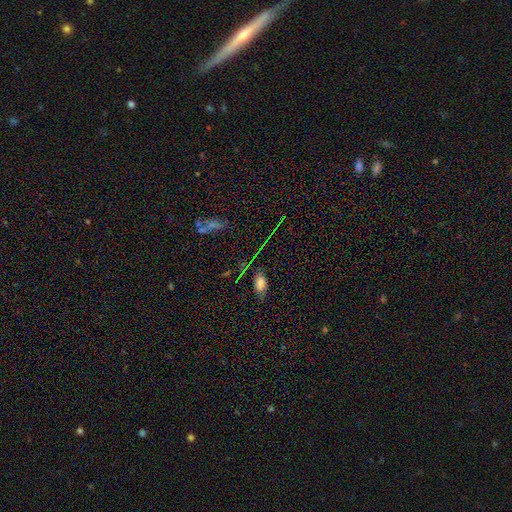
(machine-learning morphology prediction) smooth 42%, star or artifact 40%, featured or disk 18%. Down the decision tree: merging — none (73%).